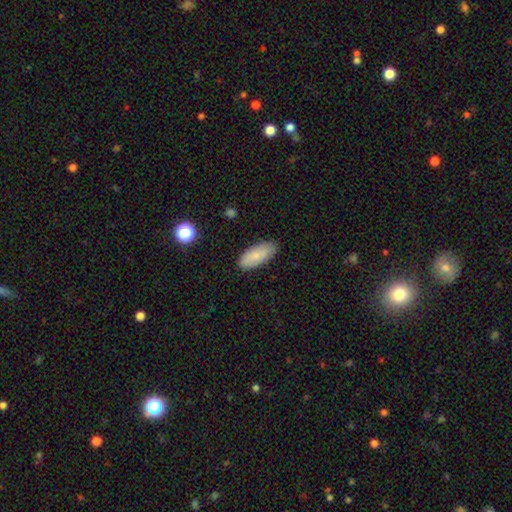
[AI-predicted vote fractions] This is clearly a smooth galaxy (83%). How rounded: clearly in between (86%). Merging: clearly none (86%).